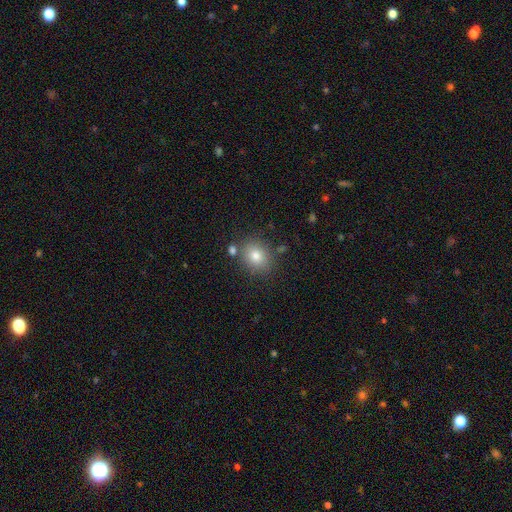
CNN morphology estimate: The model was most divided on "how rounded": round: 59%, in between: 40%, cigar-shaped: 1%. More confident: merging — none (79%); smooth or featured — smooth (78%).